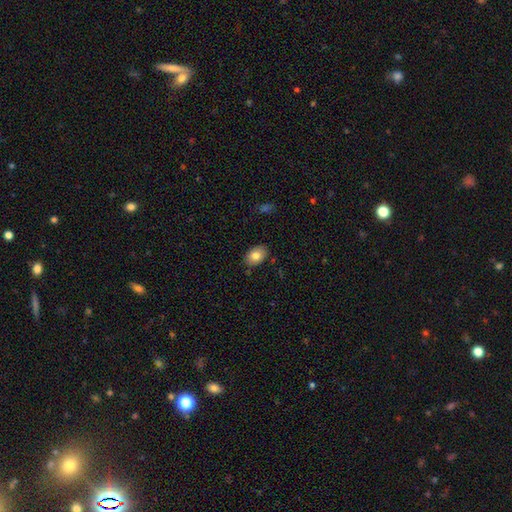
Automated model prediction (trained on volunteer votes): Smooth or featured?
  - smooth: 81% *
  - featured or disk: 12%
  - star or artifact: 8%
How rounded?
  - in between: 81% *
  - round: 18%
  - cigar-shaped: 1%
Merging?
  - none: 84% *
  - minor disturbance: 12%
  - major disturbance: 2%
  - merger: 2%